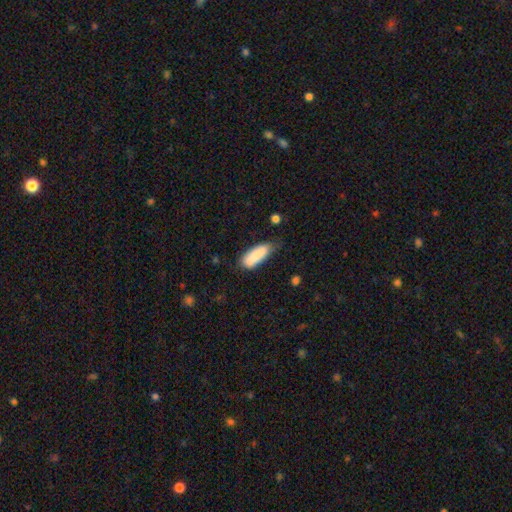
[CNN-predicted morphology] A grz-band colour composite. It shows a smooth galaxy with no disk features (85%) that is in between round and cigar-shaped (73%). Merging: none (55%).